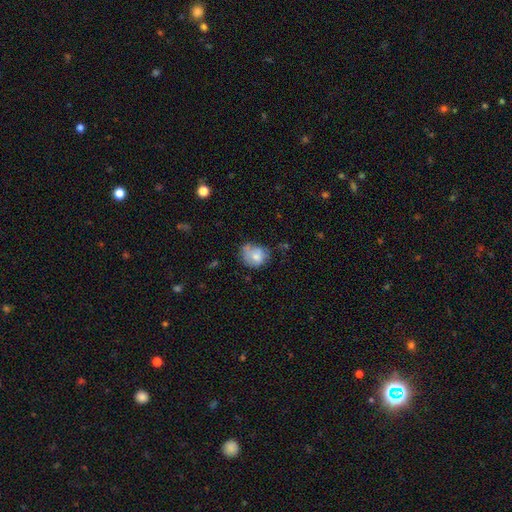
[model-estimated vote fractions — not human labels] Smooth or featured?
  - smooth: 69% *
  - featured or disk: 22%
  - star or artifact: 8%
How rounded?
  - round: 60% *
  - in between: 39%
  - cigar-shaped: 1%
Merging?
  - none: 42% *
  - minor disturbance: 35%
  - major disturbance: 16%
  - merger: 7%